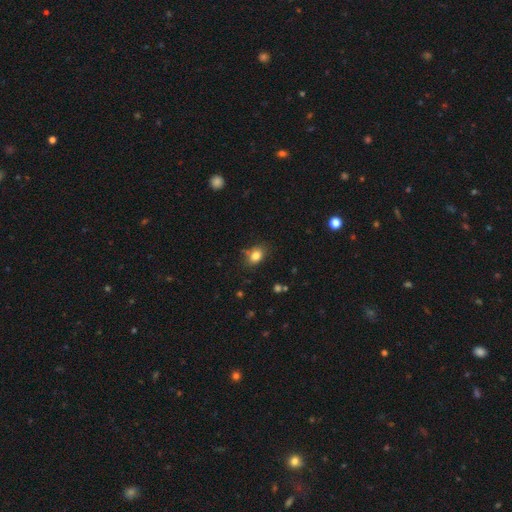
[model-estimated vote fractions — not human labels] smooth 81%, star or artifact 11%, featured or disk 8%. Down the decision tree: how rounded — in between (62%); merging — none (73%).